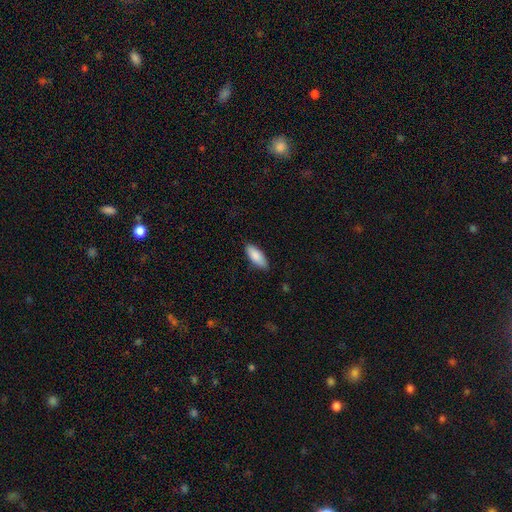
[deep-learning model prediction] A smooth galaxy with no disk features (87%) that is in between round and cigar-shaped (78%). Merging: none (85%).